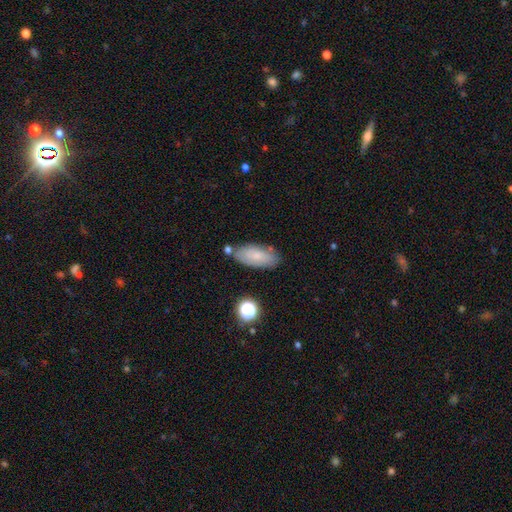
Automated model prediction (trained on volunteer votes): smooth_or_featured: smooth (p=0.71) [alt: featured or disk p=0.20]
how_rounded: in between (p=0.85) [alt: cigar-shaped p=0.12]
merging: none (p=0.73) [alt: minor disturbance p=0.17]